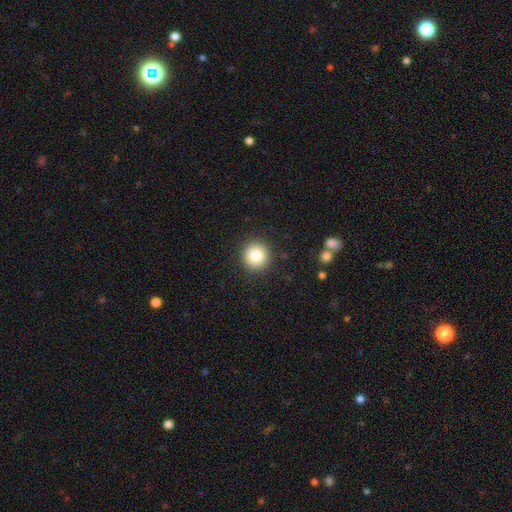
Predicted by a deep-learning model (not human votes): This appears to be a smooth galaxy with no disk features (83%) that is round (93%). Merging: none (91%).